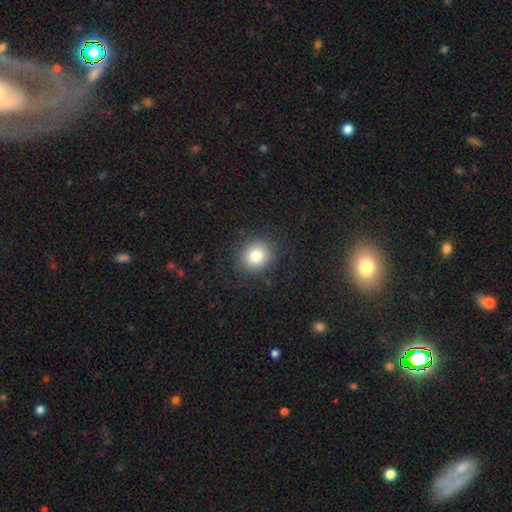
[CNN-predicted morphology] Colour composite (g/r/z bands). It shows a smooth galaxy with no disk features (82%) that is round (81%). Merging: none (86%).